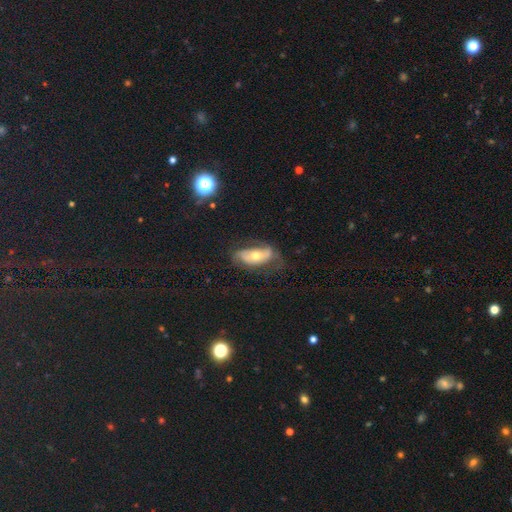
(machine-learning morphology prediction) Smooth or featured?
  - featured or disk: 59% *
  - smooth: 34%
  - star or artifact: 8%
Edge-on disk?
  - no: 86% *
  - yes: 14%
Bar?
  - no: 64% *
  - weak: 21%
  - strong: 15%
Spiral arms?
  - yes: 69% *
  - no: 31%
Bulge size?
  - moderate: 67% *
  - small: 25%
  - large: 6%
  - dominant: 1%
  - none: 1%
Merging?
  - none: 52% *
  - minor disturbance: 26%
  - major disturbance: 19%
  - merger: 2%